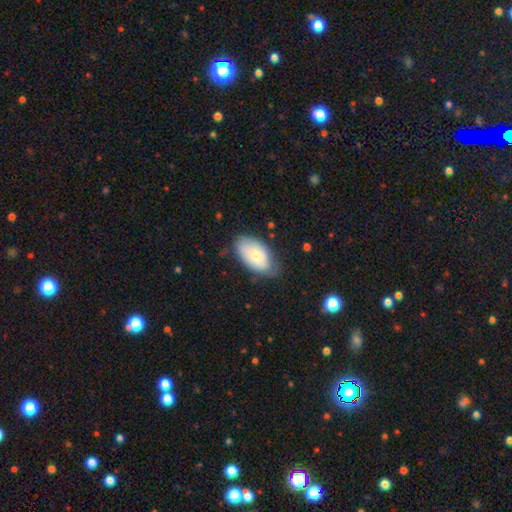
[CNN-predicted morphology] This appears to be a smooth galaxy with no disk features (66%) that is in between round and cigar-shaped (94%). Merging: none (66%).